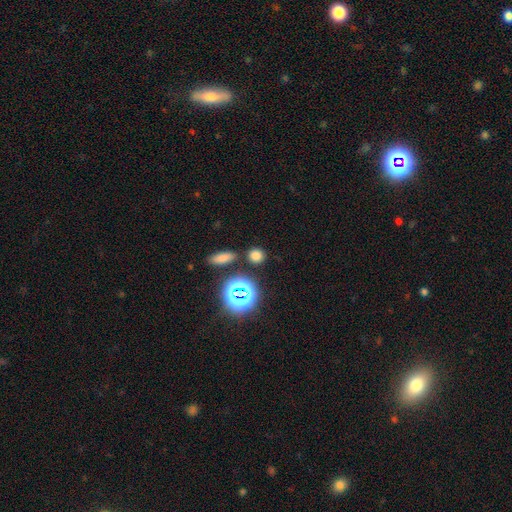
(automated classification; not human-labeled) Overall: smooth (73%). How rounded: round (77%). Merging: none (82%).